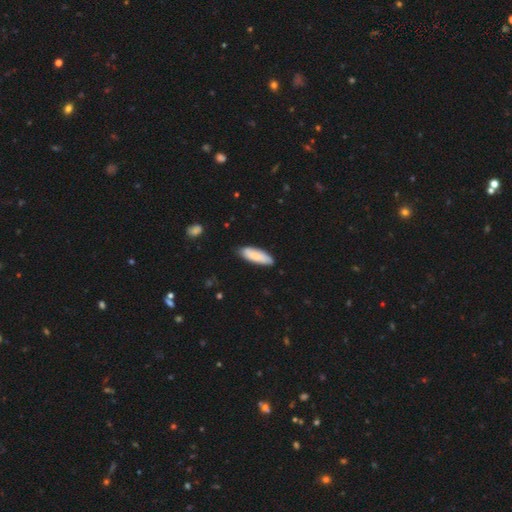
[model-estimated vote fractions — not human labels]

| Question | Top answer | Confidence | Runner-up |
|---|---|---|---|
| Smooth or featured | smooth | 86% | featured or disk (9%) |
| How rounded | in between | 53% | cigar-shaped (46%) |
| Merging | none | 82% | minor disturbance (14%) |